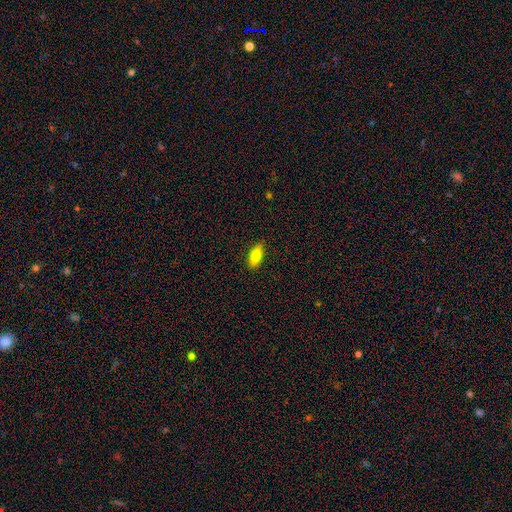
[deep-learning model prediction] Smooth or featured?
  - smooth: 77% *
  - featured or disk: 17%
  - star or artifact: 7%
How rounded?
  - in between: 78% *
  - cigar-shaped: 19%
  - round: 3%
Merging?
  - none: 88% *
  - minor disturbance: 9%
  - major disturbance: 2%
  - merger: 1%